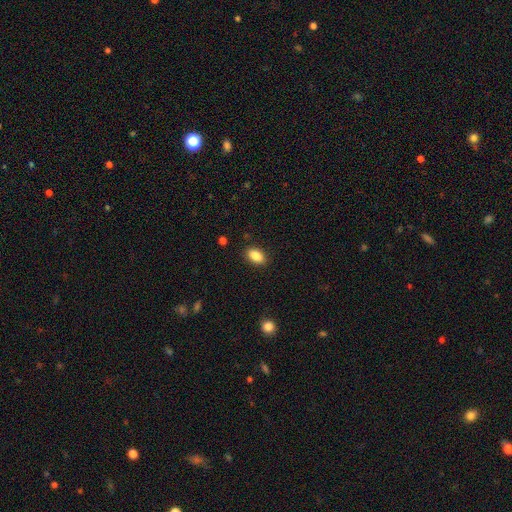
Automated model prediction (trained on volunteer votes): The model was most divided on "merging": none: 88%, minor disturbance: 9%, major disturbance: 2%, merger: 1%. More confident: how rounded — in between (90%); smooth or featured — smooth (89%).